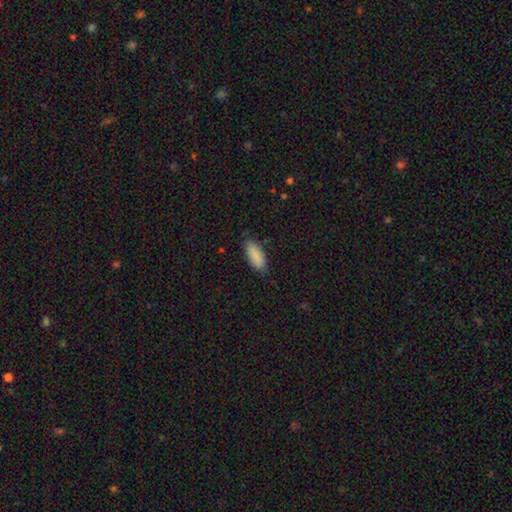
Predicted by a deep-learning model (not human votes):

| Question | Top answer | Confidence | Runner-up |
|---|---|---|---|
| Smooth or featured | smooth | 89% | star or artifact (6%) |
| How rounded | in between | 80% | cigar-shaped (18%) |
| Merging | none | 79% | minor disturbance (17%) |